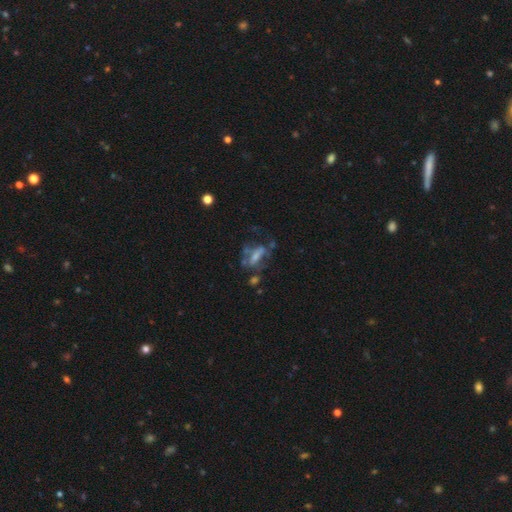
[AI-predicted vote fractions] The model was most divided on "merging": none: 36%, major disturbance: 31%, minor disturbance: 20%, merger: 12%. More confident: edge-on disk — no (84%); smooth or featured — featured or disk (53%).